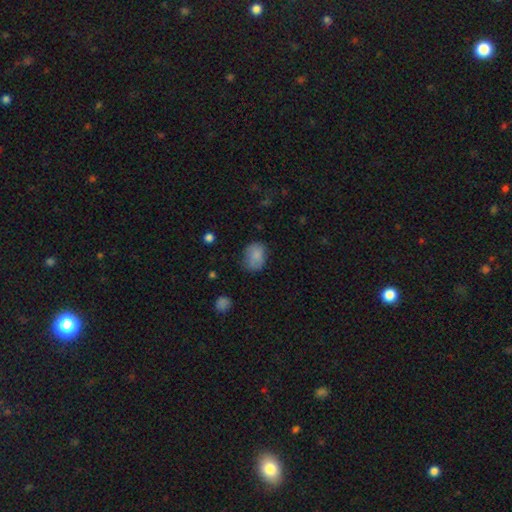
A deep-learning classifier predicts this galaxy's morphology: Smooth or featured: smooth — 82% (featured or disk — 9%)
How rounded: in between — 62% (round — 37%)
Merging: none — 63% (minor disturbance — 27%)